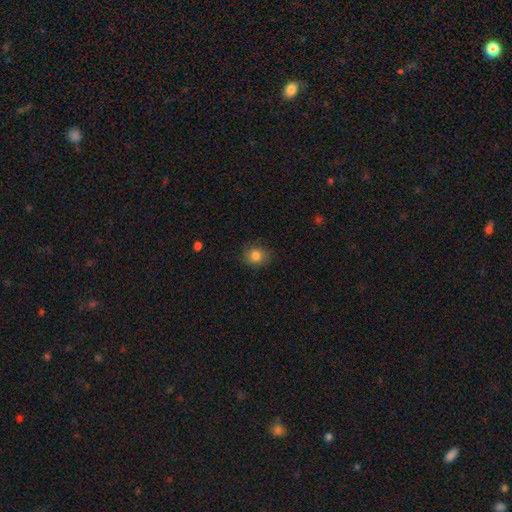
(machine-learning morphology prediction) This appears to be a smooth galaxy with no disk features (82%) that is round (69%). Merging: none (83%).